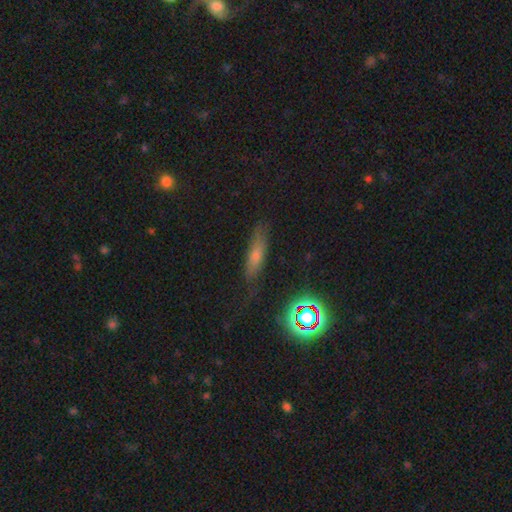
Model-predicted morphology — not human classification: type=smooth (55%); roundness=cigar-shaped (64%); merging=none (75%).